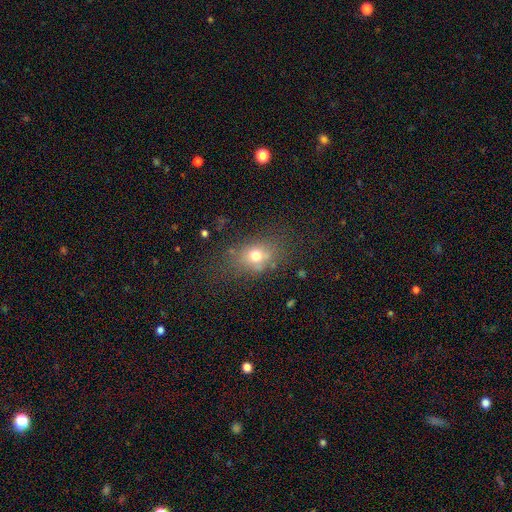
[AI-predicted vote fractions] Smooth or featured?
  - smooth: 64% *
  - star or artifact: 22%
  - featured or disk: 14%
How rounded?
  - in between: 60% *
  - round: 36%
  - cigar-shaped: 4%
Merging?
  - none: 77% *
  - minor disturbance: 14%
  - major disturbance: 6%
  - merger: 3%